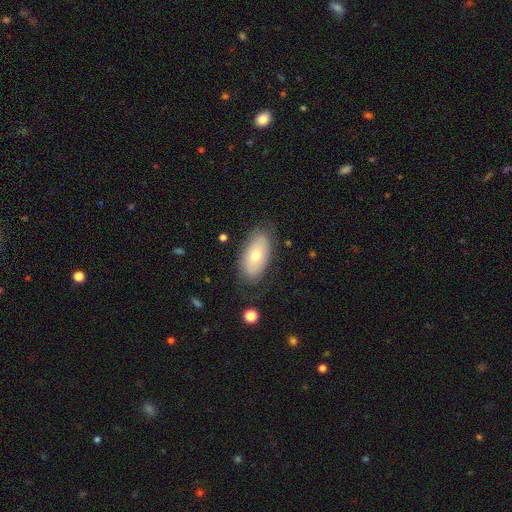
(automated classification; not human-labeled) smooth-or-featured: smooth: 59% | featured or disk: 34% | star or artifact: 7%
  how-rounded: in between: 93% | round: 4% | cigar-shaped: 3%
  merging: none: 74% | minor disturbance: 18% | major disturbance: 6% | merger: 2%